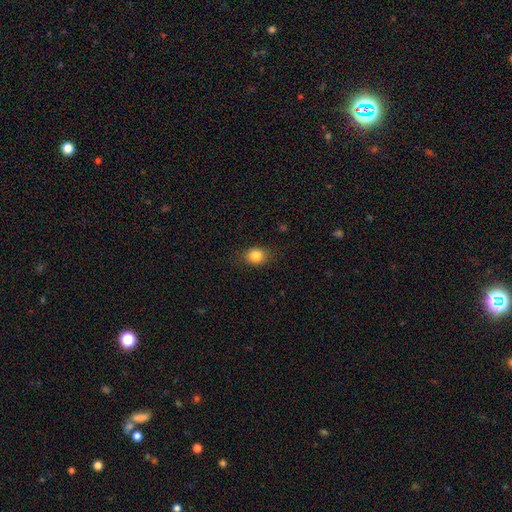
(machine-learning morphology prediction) A smooth galaxy with no disk features (84%) that is round (52%). Merging: none (83%).